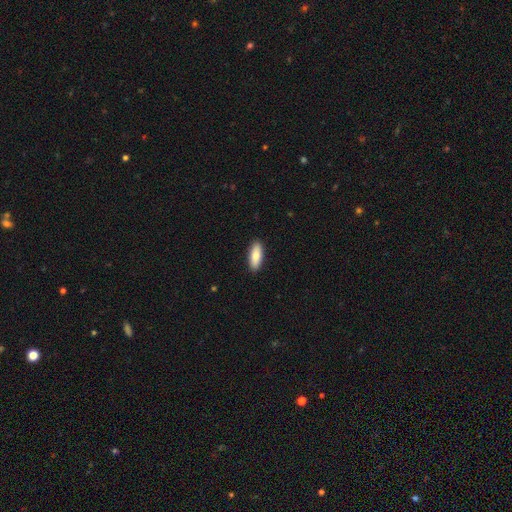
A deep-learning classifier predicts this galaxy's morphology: Smooth or featured?
  - smooth: 83% *
  - featured or disk: 11%
  - star or artifact: 6%
How rounded?
  - in between: 74% *
  - cigar-shaped: 23%
  - round: 2%
Merging?
  - none: 91% *
  - minor disturbance: 7%
  - major disturbance: 1%
  - merger: 1%